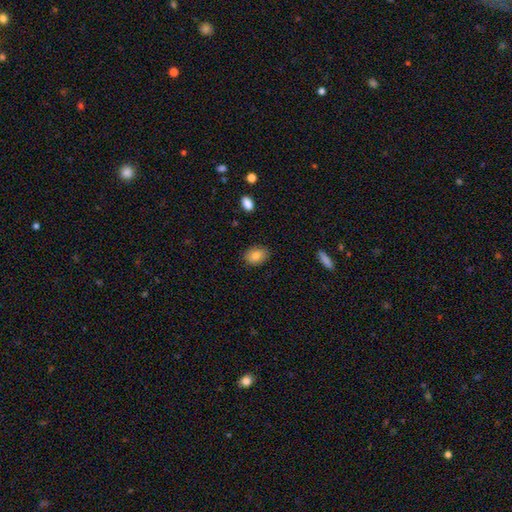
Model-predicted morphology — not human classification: This is clearly a smooth galaxy (84%). How rounded: likely in between (76%). Merging: clearly none (85%).